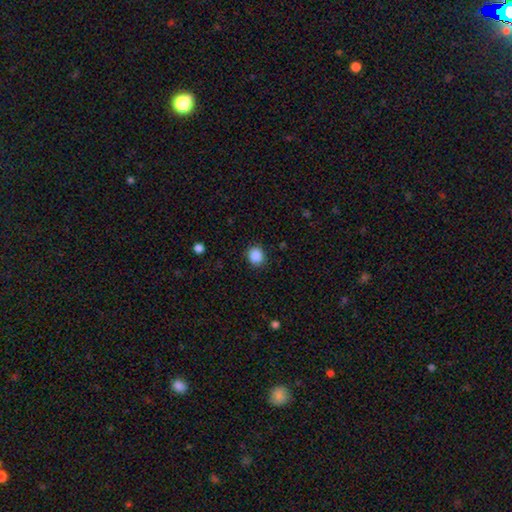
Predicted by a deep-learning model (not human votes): The model was most divided on "how rounded": round: 82%, in between: 17%, cigar-shaped: 1%. More confident: merging — none (89%); smooth or featured — smooth (88%).